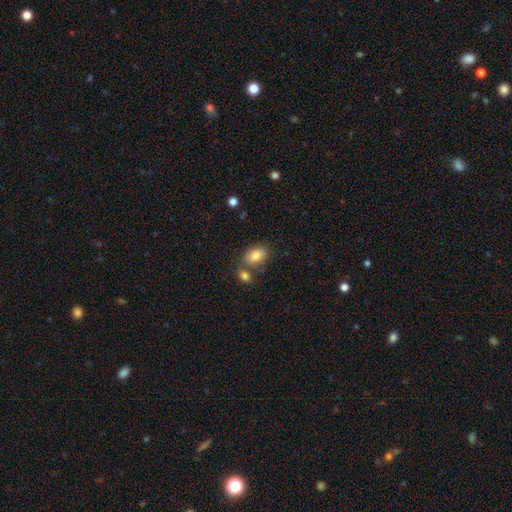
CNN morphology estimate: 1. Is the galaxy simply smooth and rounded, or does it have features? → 84% smooth, 8% star or artifact, 8% featured or disk.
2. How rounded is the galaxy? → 86% in between, 13% round, 1% cigar-shaped.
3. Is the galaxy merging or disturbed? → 56% none, 27% merger, 13% minor disturbance, 4% major disturbance.